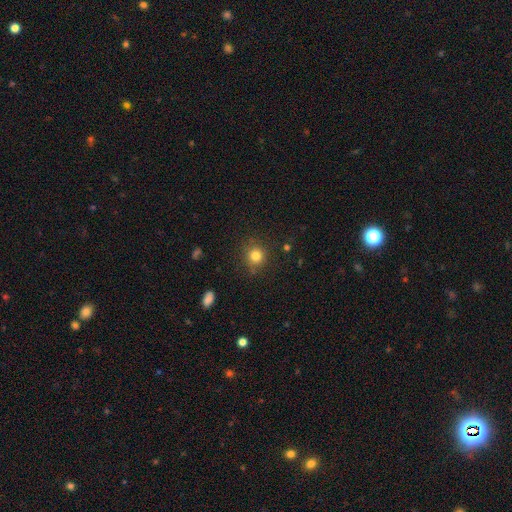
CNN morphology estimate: Q: Smooth or featured?
A: smooth (81%); runner-up: star or artifact (12%)
Q: How rounded?
A: round (89%); runner-up: in between (10%)
Q: Merging?
A: none (84%); runner-up: minor disturbance (11%)